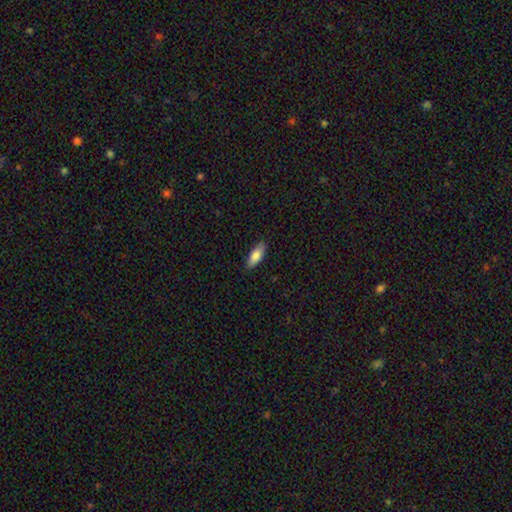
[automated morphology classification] Smooth or featured? Predicted: smooth (p=0.81). How rounded? Predicted: in between (p=0.72). Merging? Predicted: none (p=0.86).